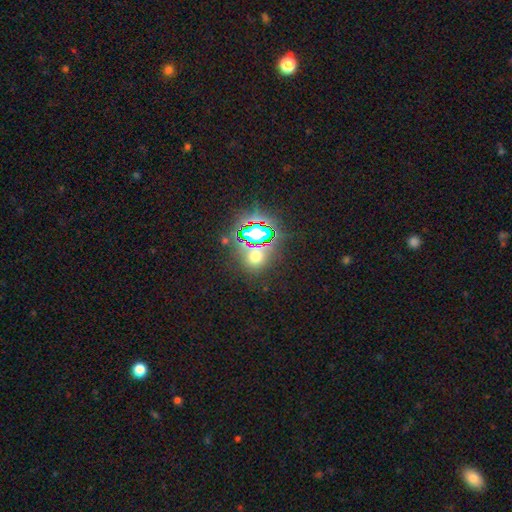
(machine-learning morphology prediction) Q: Smooth or featured?
A: star or artifact (51%); runner-up: smooth (40%)